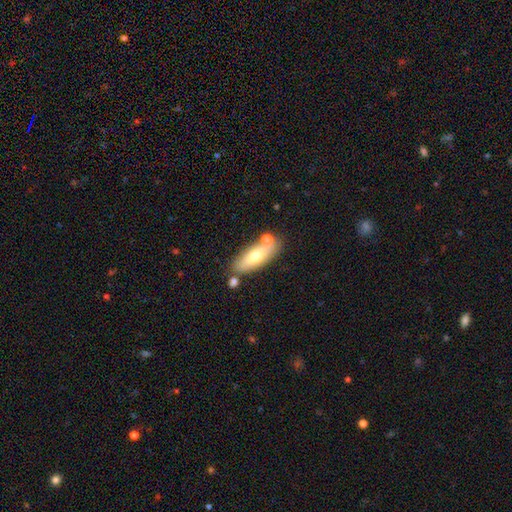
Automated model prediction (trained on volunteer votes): Q: Smooth or featured?
A: smooth (66%); runner-up: featured or disk (27%)
Q: How rounded?
A: in between (64%); runner-up: cigar-shaped (33%)
Q: Merging?
A: none (72%); runner-up: minor disturbance (14%)